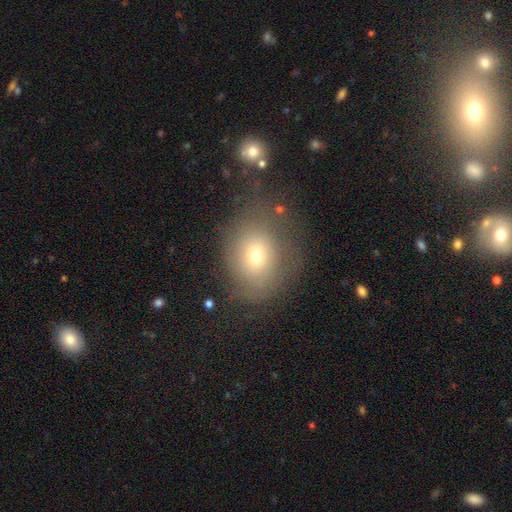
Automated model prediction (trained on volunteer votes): Smooth or featured? Predicted: smooth (p=0.64). How rounded? Predicted: round (p=0.56). Merging? Predicted: none (p=0.60).